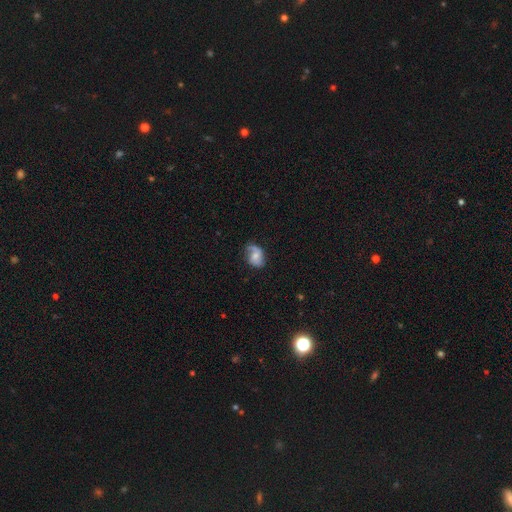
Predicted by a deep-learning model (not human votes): A featured or disk galaxy (55%) with no bar (57%), spiral arms (85%) and a small central bulge (43%).

Vote fractions:
- Smooth or featured? featured or disk: 55% / smooth: 37% / star or artifact: 8%
- Edge-on disk? no: 97% / yes: 3%
- Bar? no: 57% / weak: 35% / strong: 8%
- Spiral arms? yes: 85% / no: 15%
- Bulge size? small: 43% / moderate: 42% / none: 10% / large: 4% / dominant: 1%
- Merging? none: 55% / minor disturbance: 29% / major disturbance: 13% / merger: 3%